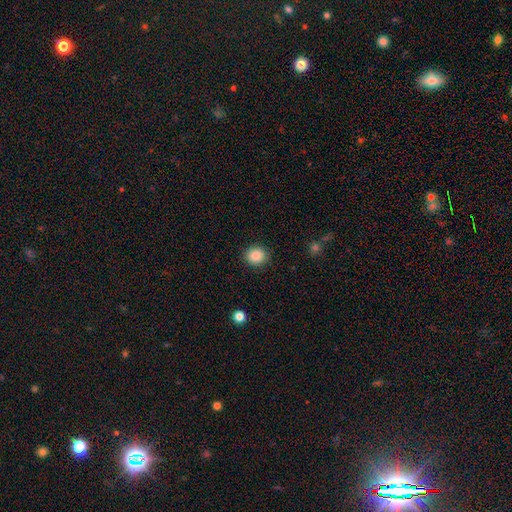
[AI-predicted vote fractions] Smooth or featured?
  - smooth: 87% *
  - star or artifact: 9%
  - featured or disk: 4%
How rounded?
  - round: 84% *
  - in between: 16%
  - cigar-shaped: 1%
Merging?
  - none: 90% *
  - minor disturbance: 6%
  - major disturbance: 2%
  - merger: 1%